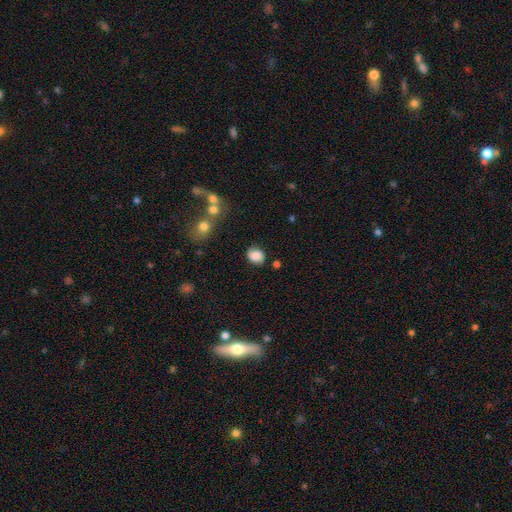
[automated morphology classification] This is clearly a smooth galaxy (82%). How rounded: possibly in between (54%). Merging: likely none (76%).